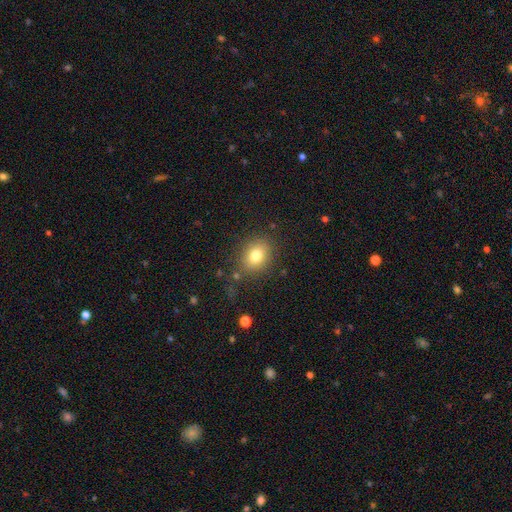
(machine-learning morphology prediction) smooth 78%, star or artifact 11%, featured or disk 11%. Down the decision tree: how rounded — in between (53%); merging — none (80%).